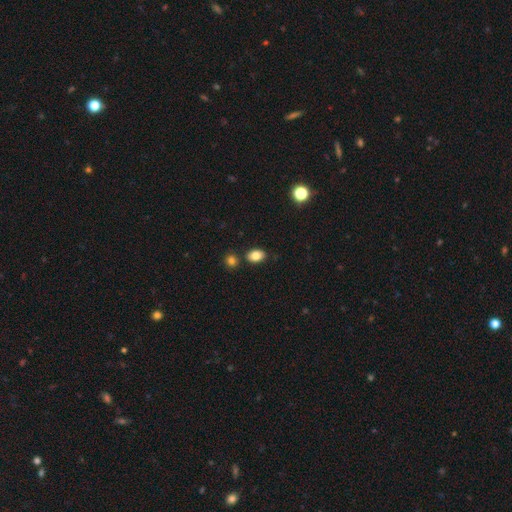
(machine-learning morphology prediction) Smooth or featured? Predicted: smooth (p=0.82). How rounded? Predicted: in between (p=0.82). Merging? Predicted: none (p=0.80).